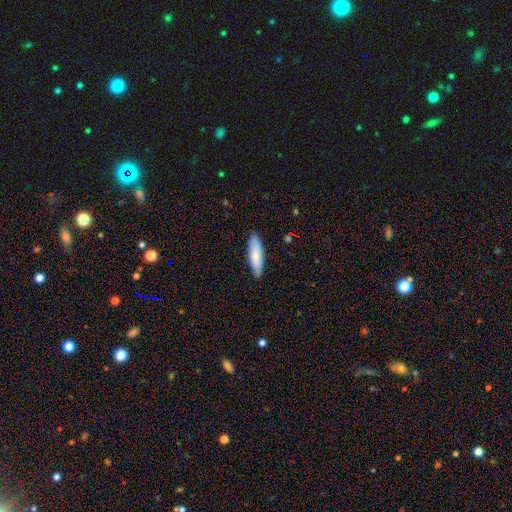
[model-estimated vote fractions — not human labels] smooth-or-featured: smooth: 78% | featured or disk: 17% | star or artifact: 5%
  how-rounded: cigar-shaped: 59% | in between: 40% | round: 2%
  merging: none: 87% | minor disturbance: 10% | major disturbance: 2% | merger: 1%